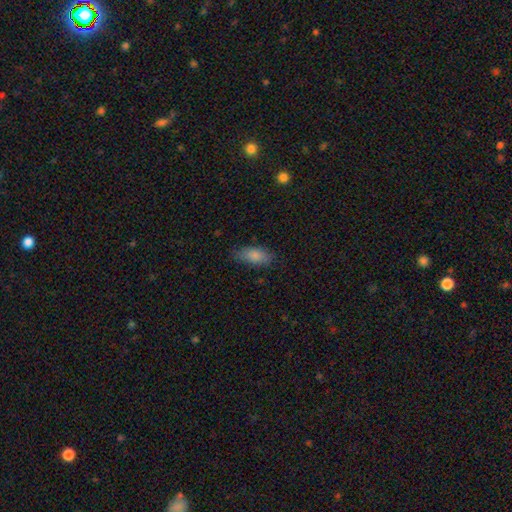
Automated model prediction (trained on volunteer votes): Q: Smooth or featured?
A: smooth (83%); runner-up: featured or disk (9%)
Q: How rounded?
A: in between (83%); runner-up: cigar-shaped (15%)
Q: Merging?
A: none (79%); runner-up: minor disturbance (16%)